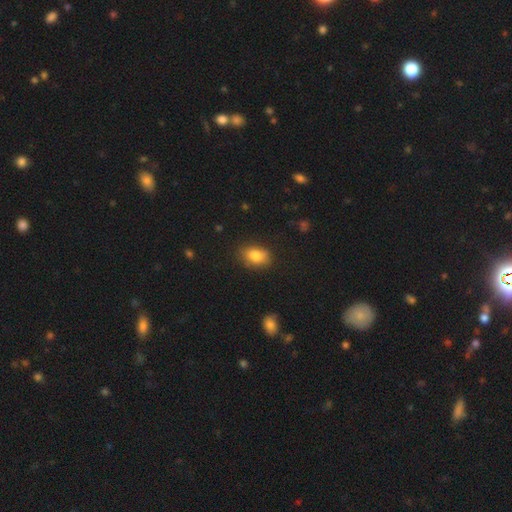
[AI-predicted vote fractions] Morphology: type=smooth (82%); roundness=in between (77%); merging=none (74%).